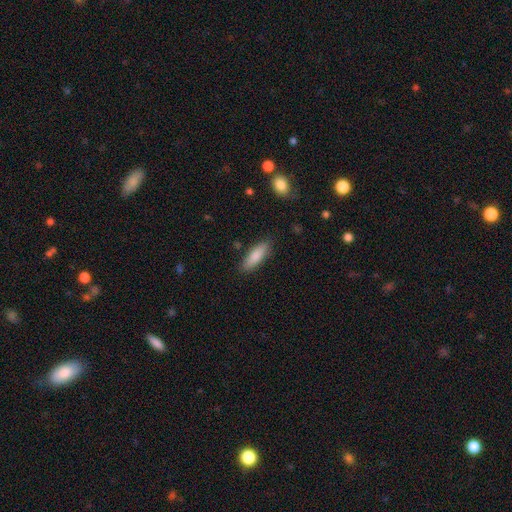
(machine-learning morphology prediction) A smooth galaxy with no disk features (85%) that is in between round and cigar-shaped (51%).

Vote fractions:
- Smooth or featured? smooth: 85% / featured or disk: 9% / star or artifact: 6%
- How rounded? in between: 51% / cigar-shaped: 47% / round: 2%
- Merging? none: 86% / minor disturbance: 10% / major disturbance: 2% / merger: 2%